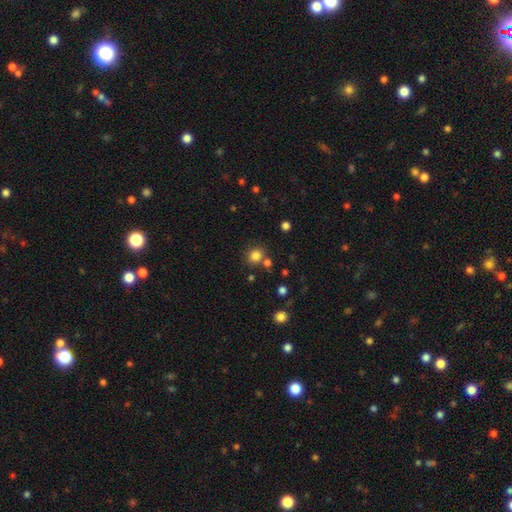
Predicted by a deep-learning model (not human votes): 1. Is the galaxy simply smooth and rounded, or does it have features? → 81% smooth, 14% star or artifact, 5% featured or disk.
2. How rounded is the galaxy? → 82% round, 17% in between, 1% cigar-shaped.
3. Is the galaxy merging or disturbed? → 74% none, 13% merger, 10% minor disturbance, 3% major disturbance.